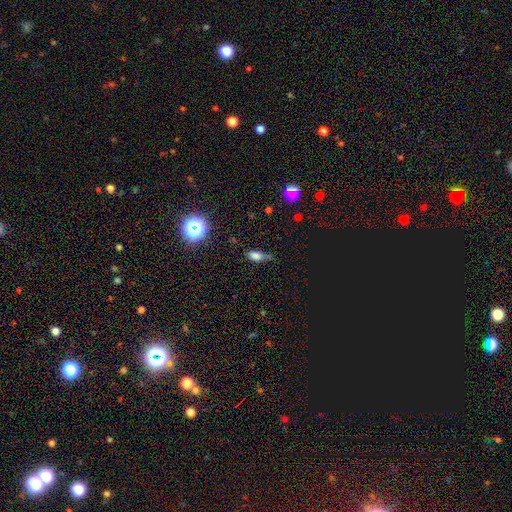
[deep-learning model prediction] Smooth or featured?
  - smooth: 72% *
  - star or artifact: 17%
  - featured or disk: 11%
How rounded?
  - in between: 78% *
  - cigar-shaped: 14%
  - round: 8%
Merging?
  - none: 50% *
  - minor disturbance: 33%
  - major disturbance: 11%
  - merger: 6%